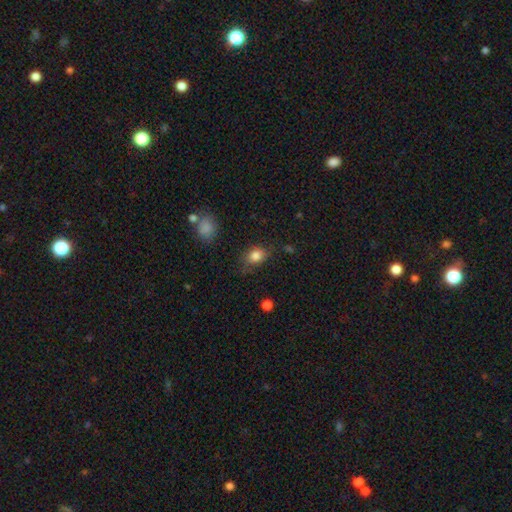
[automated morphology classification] A smooth galaxy with no disk features (84%) that is in between round and cigar-shaped (60%).

Vote fractions:
- Smooth or featured? smooth: 84% / star or artifact: 10% / featured or disk: 7%
- How rounded? in between: 60% / round: 39% / cigar-shaped: 1%
- Merging? none: 71% / minor disturbance: 21% / major disturbance: 6% / merger: 2%